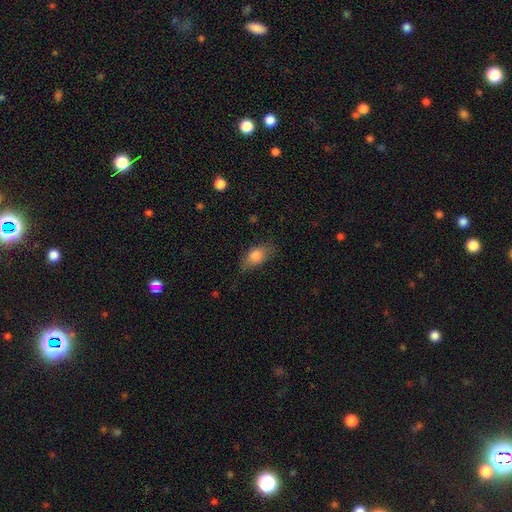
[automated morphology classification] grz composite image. It shows a smooth galaxy with no disk features (78%) that is in between round and cigar-shaped (83%). Merging: none (65%).